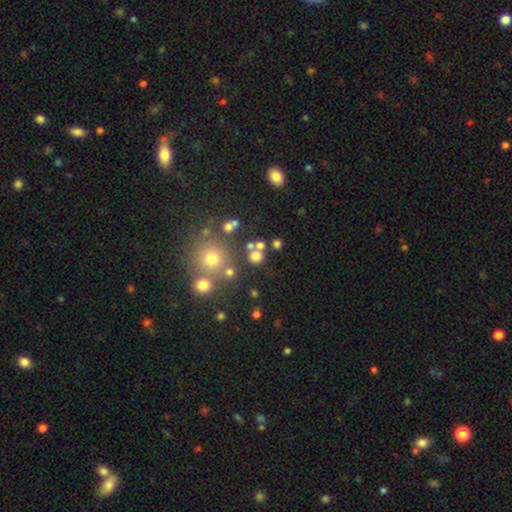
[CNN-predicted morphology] smooth 71%, star or artifact 19%, featured or disk 10%. Down the decision tree: how rounded — round (89%); merging — none (70%).